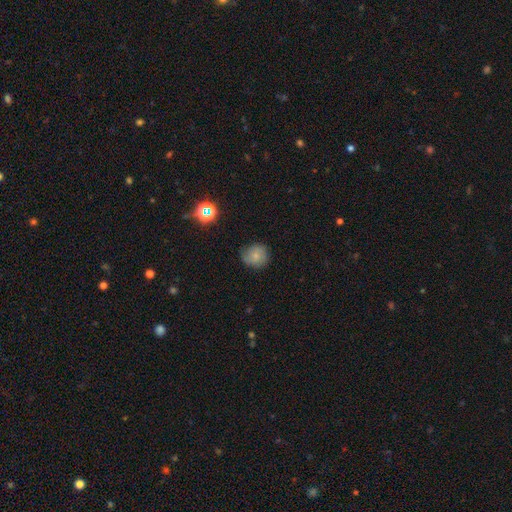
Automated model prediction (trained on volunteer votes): smooth_or_featured: smooth (p=0.71) [alt: featured or disk p=0.18]
how_rounded: round (p=0.84) [alt: in between p=0.15]
merging: none (p=0.71) [alt: minor disturbance p=0.22]